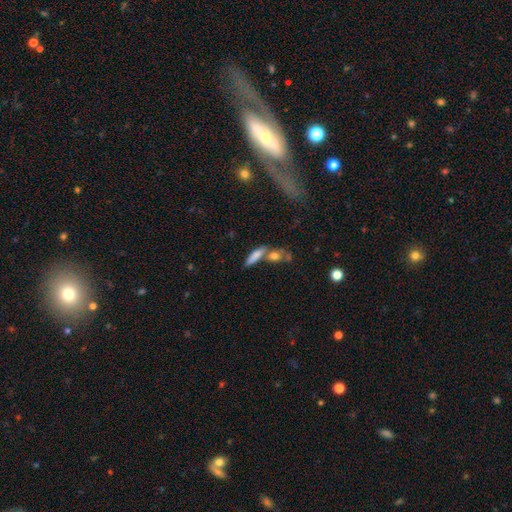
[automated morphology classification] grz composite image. It shows a smooth galaxy with no disk features (75%) that is cigar-shaped (58%). Merging: none (44%).